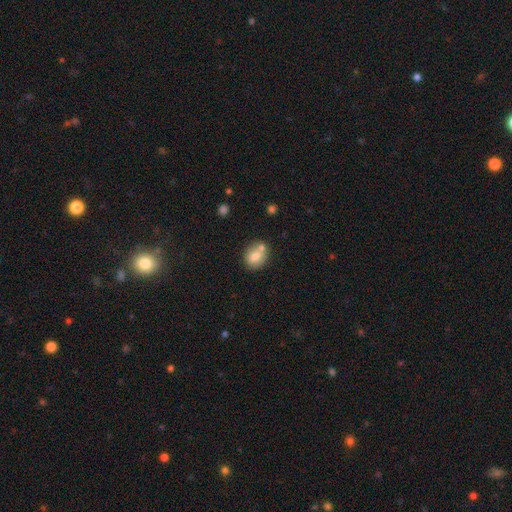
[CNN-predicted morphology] The model was most divided on "how rounded": round: 61%, in between: 38%, cigar-shaped: 1%. More confident: smooth or featured — smooth (75%); merging — none (57%).